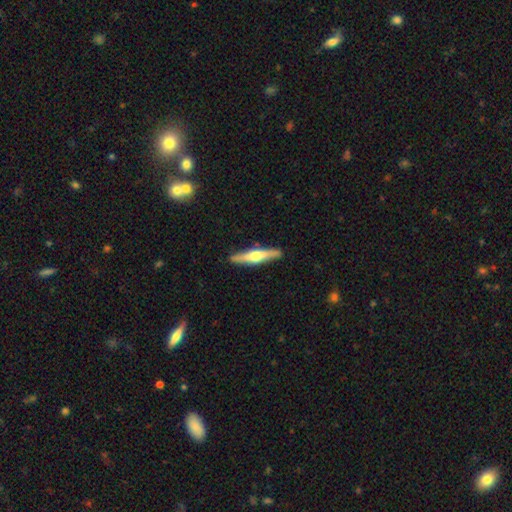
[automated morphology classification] The model was most divided on "smooth or featured": featured or disk: 60%, smooth: 36%, star or artifact: 5%. More confident: edge-on disk — yes (95%); merging — none (89%); edge-on bulge — rounded (88%).